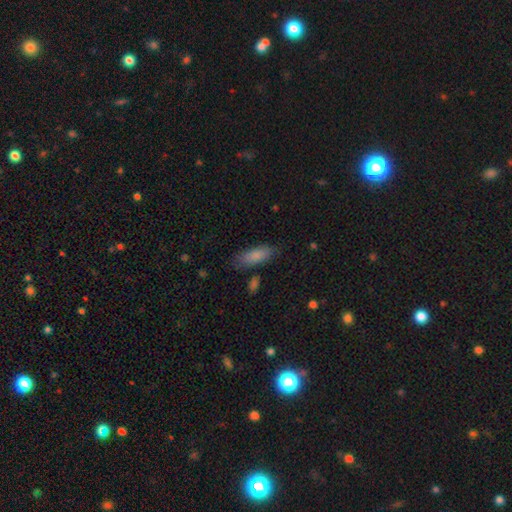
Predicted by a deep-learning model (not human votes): A smooth galaxy with no disk features (83%) that is in between round and cigar-shaped (69%). Merging: none (73%).